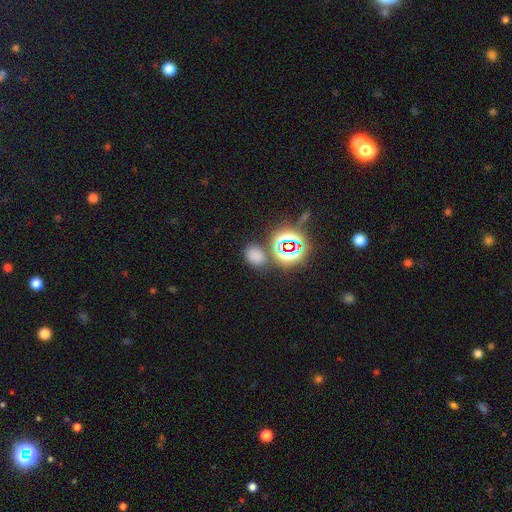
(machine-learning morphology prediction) smooth_or_featured: smooth (p=0.65) [alt: star or artifact p=0.29]
how_rounded: in between (p=0.63) [alt: round p=0.36]
merging: none (p=0.73) [alt: minor disturbance p=0.11]